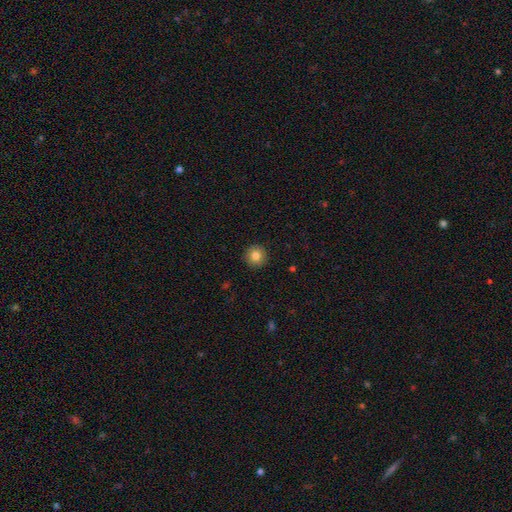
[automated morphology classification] Smooth or featured: smooth — 83% (star or artifact — 10%)
How rounded: round — 95% (in between — 4%)
Merging: none — 92% (minor disturbance — 5%)